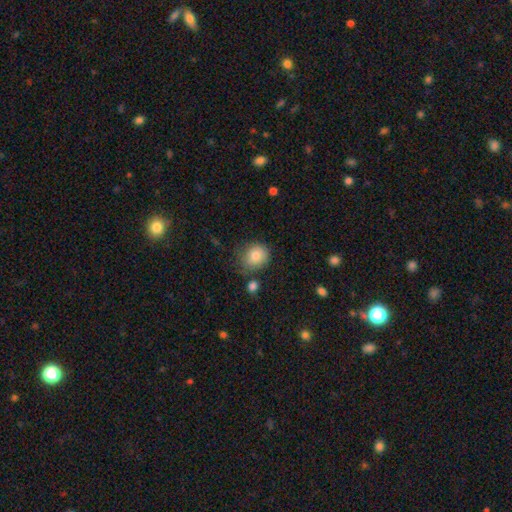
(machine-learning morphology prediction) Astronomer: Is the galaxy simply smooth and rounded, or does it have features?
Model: smooth — 80%.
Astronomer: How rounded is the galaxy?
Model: round — 79%.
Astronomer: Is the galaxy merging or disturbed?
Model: none — 67%.